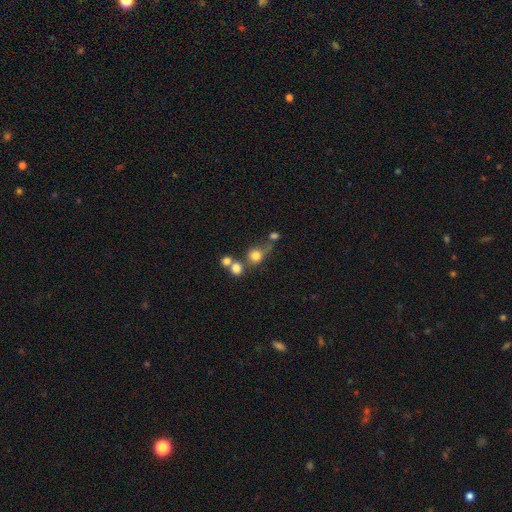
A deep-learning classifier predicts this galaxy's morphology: Smooth or featured?
  - smooth: 76% *
  - star or artifact: 14%
  - featured or disk: 10%
How rounded?
  - round: 83% *
  - in between: 15%
  - cigar-shaped: 1%
Merging?
  - none: 47% *
  - merger: 32%
  - minor disturbance: 12%
  - major disturbance: 9%